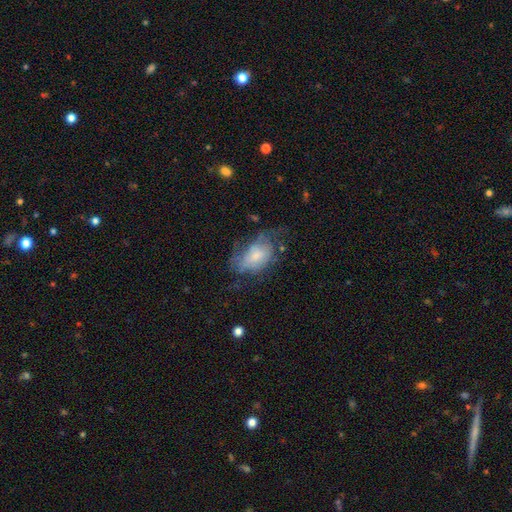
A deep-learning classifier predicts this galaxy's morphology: Smooth or featured? Predicted: smooth (p=0.46). Merging? Predicted: none (p=0.37).